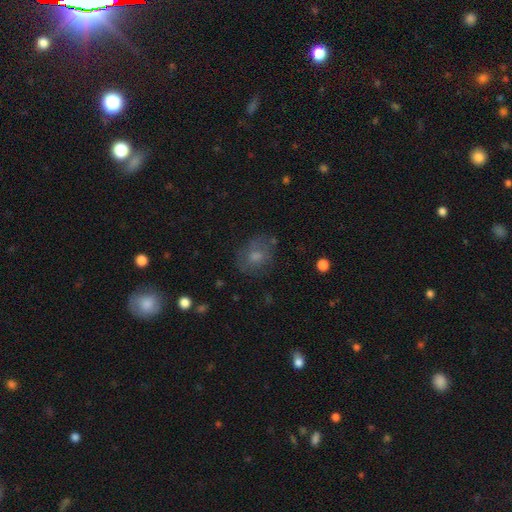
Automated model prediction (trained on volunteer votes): A smooth galaxy with no disk features (67%) that is round (51%).

Vote fractions:
- Smooth or featured? smooth: 67% / featured or disk: 22% / star or artifact: 11%
- How rounded? round: 51% / in between: 48% / cigar-shaped: 1%
- Merging? none: 62% / minor disturbance: 22% / major disturbance: 13% / merger: 3%